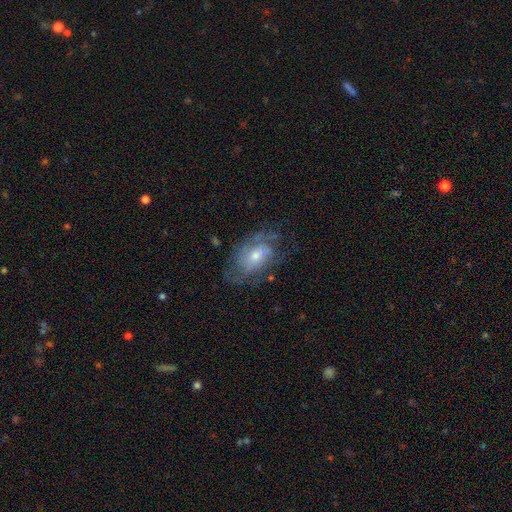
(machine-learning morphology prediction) featured or disk 70%, smooth 22%, star or artifact 7%. Down the decision tree: edge-on disk — no (95%); bar — no (67%); spiral arms — yes (82%); spiral arm count — can't tell (42%); spiral winding — tight (42%); bulge size — moderate (52%); merging — none (61%).